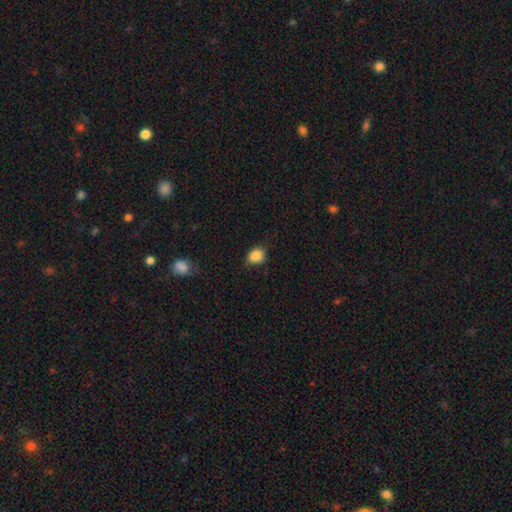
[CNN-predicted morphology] type=smooth (86%); roundness=round (54%); merging=none (74%).